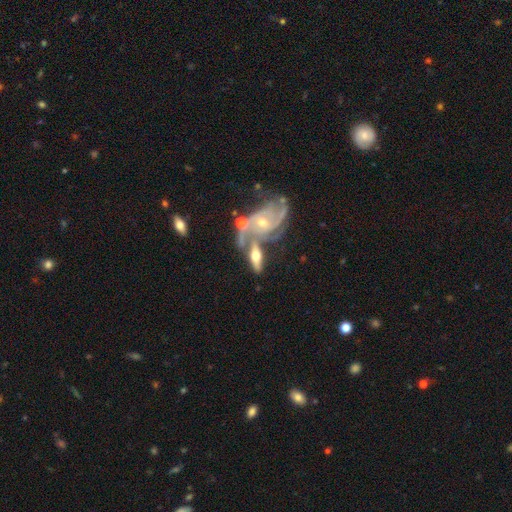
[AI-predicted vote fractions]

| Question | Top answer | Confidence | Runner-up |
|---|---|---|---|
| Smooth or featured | featured or disk | 67% | smooth (27%) |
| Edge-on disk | no | 71% | yes (29%) |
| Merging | merger | 46% | none (32%) |